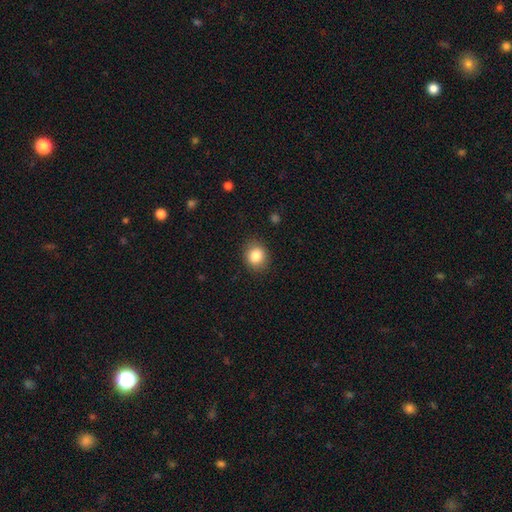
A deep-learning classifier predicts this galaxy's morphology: Smooth or featured?
  - smooth: 85% *
  - star or artifact: 10%
  - featured or disk: 6%
How rounded?
  - round: 72% *
  - in between: 27%
  - cigar-shaped: 1%
Merging?
  - none: 87% *
  - minor disturbance: 9%
  - major disturbance: 3%
  - merger: 1%